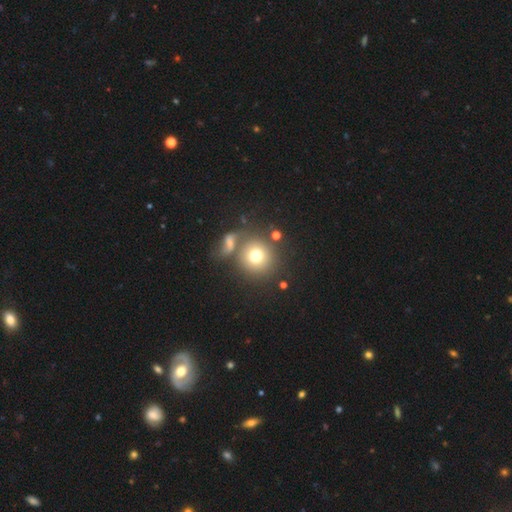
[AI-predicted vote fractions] Smooth or featured? Predicted: smooth (p=0.73). How rounded? Predicted: round (p=0.91). Merging? Predicted: none (p=0.62).